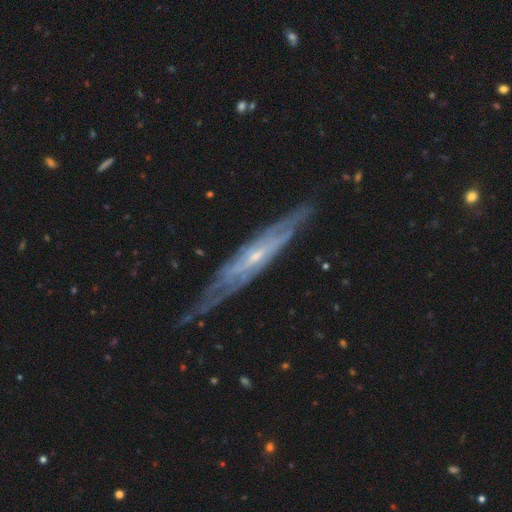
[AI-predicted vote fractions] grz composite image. It shows a featured or disk galaxy (81%) viewed edge-on (56%). Merging: none (74%).